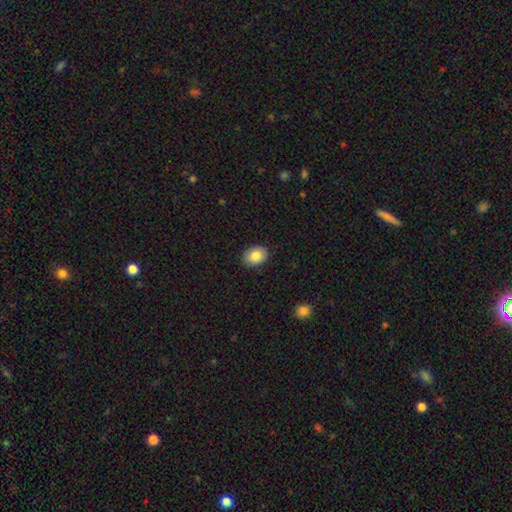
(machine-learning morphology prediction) Q: Smooth or featured?
A: smooth (86%); runner-up: star or artifact (8%)
Q: How rounded?
A: in between (65%); runner-up: round (34%)
Q: Merging?
A: none (89%); runner-up: minor disturbance (8%)